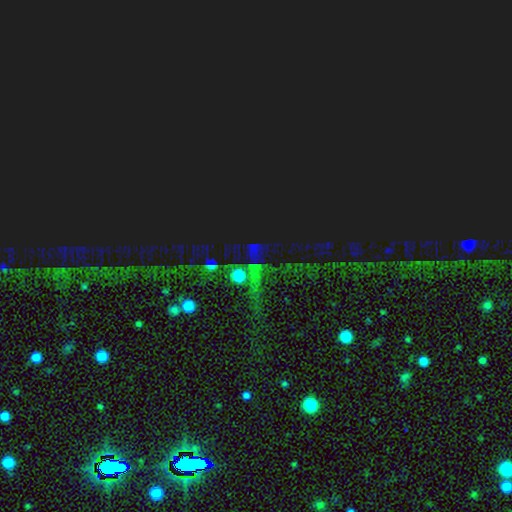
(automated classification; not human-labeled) smooth_or_featured: star or artifact (p=0.78) [alt: smooth p=0.13]